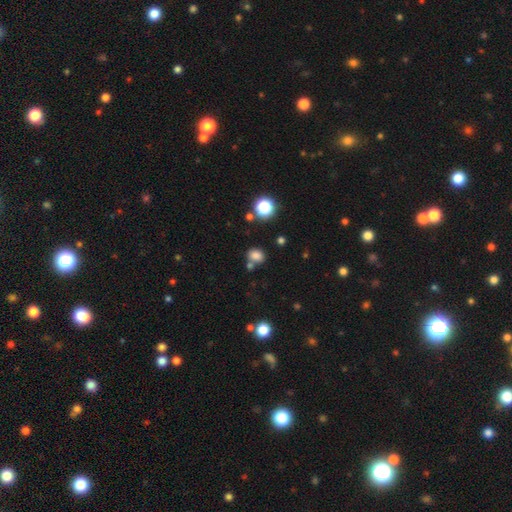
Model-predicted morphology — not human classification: smooth 79%, star or artifact 15%, featured or disk 6%. Down the decision tree: how rounded — round (51%); merging — none (67%).